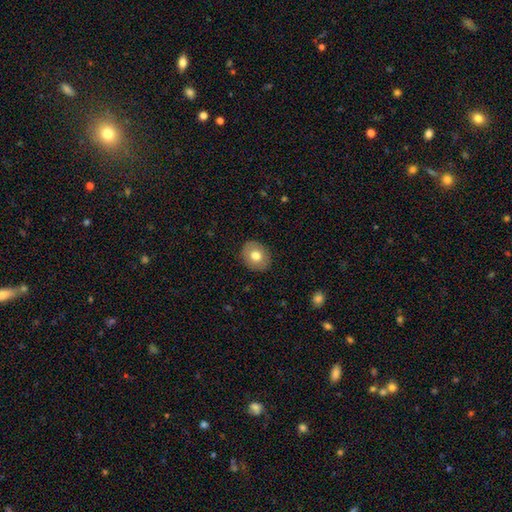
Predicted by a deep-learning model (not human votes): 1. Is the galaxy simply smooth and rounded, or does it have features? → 75% smooth, 17% featured or disk, 8% star or artifact.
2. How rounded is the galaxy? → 63% round, 36% in between, 1% cigar-shaped.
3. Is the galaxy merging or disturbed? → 89% none, 8% minor disturbance, 2% major disturbance, 1% merger.